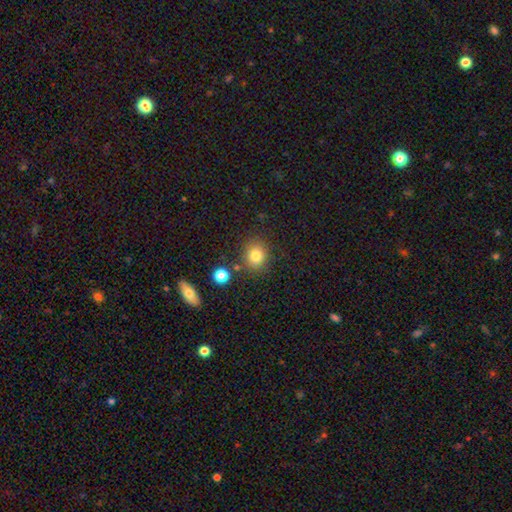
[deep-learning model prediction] Smooth or featured: smooth — 81% (star or artifact — 12%)
How rounded: round — 74% (in between — 25%)
Merging: none — 80% (minor disturbance — 11%)